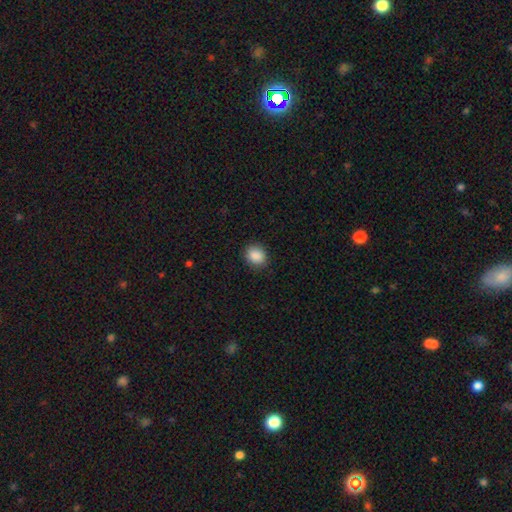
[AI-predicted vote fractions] Smooth or featured?
  - smooth: 89% *
  - star or artifact: 8%
  - featured or disk: 3%
How rounded?
  - round: 59% *
  - in between: 40%
  - cigar-shaped: 1%
Merging?
  - none: 88% *
  - minor disturbance: 8%
  - major disturbance: 2%
  - merger: 1%